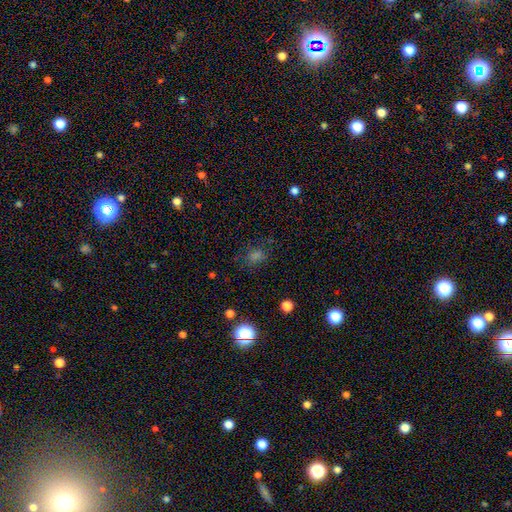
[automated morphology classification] Overall: smooth (60%; star or artifact 32%). How rounded: round (54%; in between 44%). Merging: none (78%).